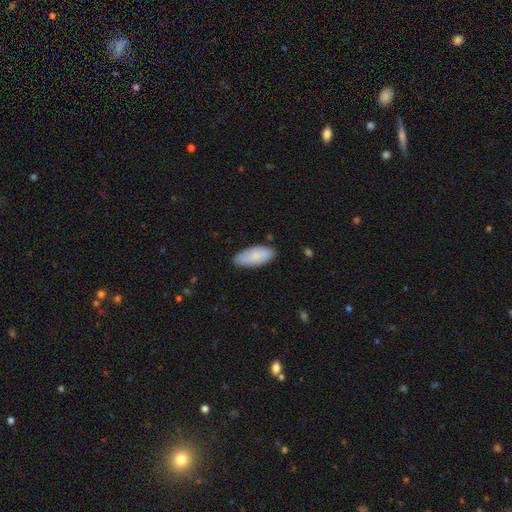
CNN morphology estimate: smooth_or_featured: smooth (p=0.82) [alt: featured or disk p=0.12]
how_rounded: in between (p=0.87) [alt: cigar-shaped p=0.11]
merging: none (p=0.81) [alt: minor disturbance p=0.15]